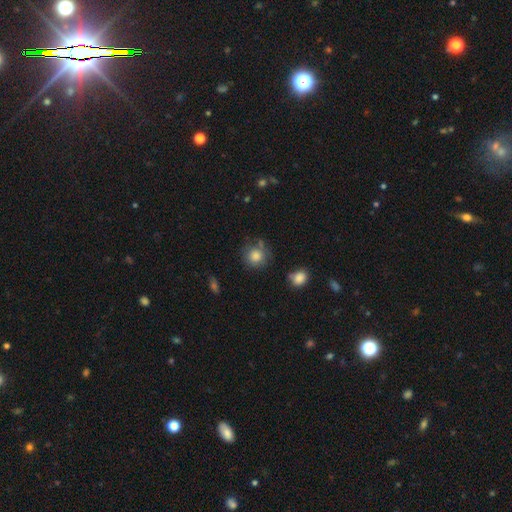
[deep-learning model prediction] The model was most divided on "merging": none: 67%, minor disturbance: 21%, major disturbance: 7%, merger: 6%. More confident: how rounded — round (88%); smooth or featured — smooth (80%).